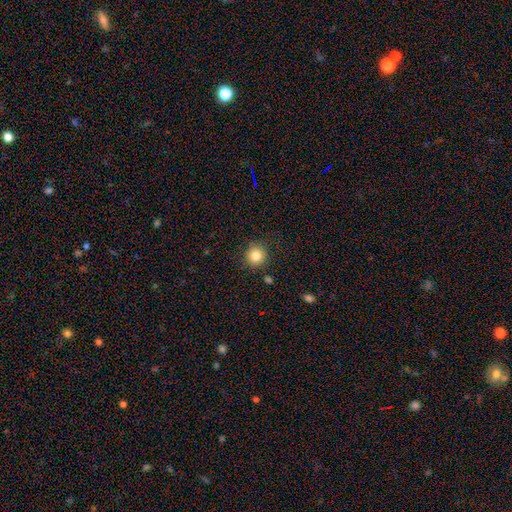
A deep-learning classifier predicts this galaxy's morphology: This appears to be a smooth galaxy with no disk features (84%) that is round (91%). Merging: none (86%).